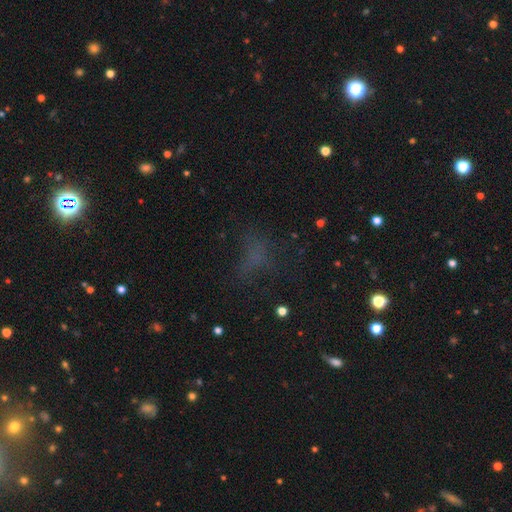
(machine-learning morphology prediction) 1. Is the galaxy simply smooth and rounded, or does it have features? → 46% smooth, 35% star or artifact, 19% featured or disk.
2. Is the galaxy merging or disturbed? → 51% none, 27% major disturbance, 19% minor disturbance, 3% merger.